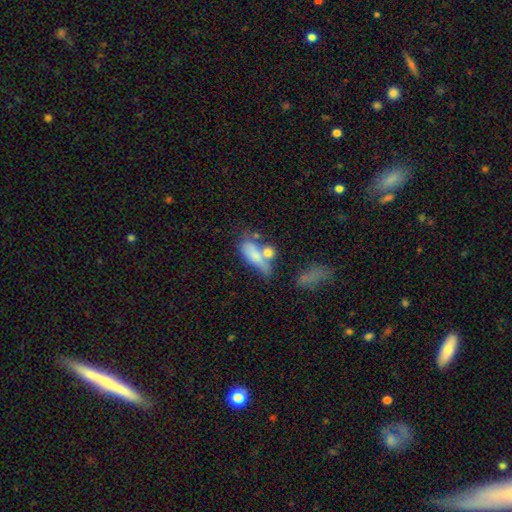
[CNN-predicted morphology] Smooth or featured? Predicted: smooth (p=0.70). How rounded? Predicted: in between (p=0.68). Merging? Predicted: merger (p=0.42).